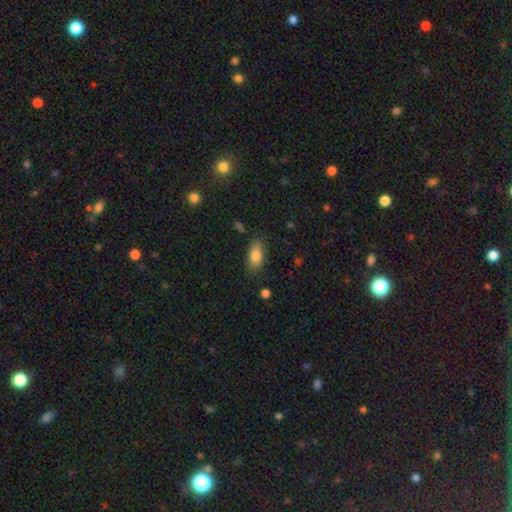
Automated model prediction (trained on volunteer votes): A smooth galaxy with no disk features (82%) that is in between round and cigar-shaped (85%). Merging: none (80%).